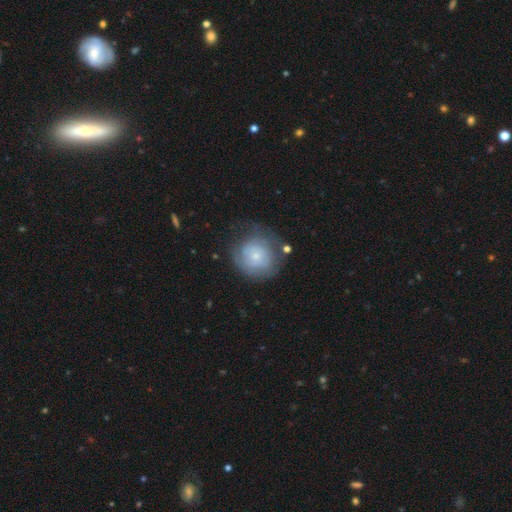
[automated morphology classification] A smooth galaxy with no disk features (48%). Merging: none (58%).